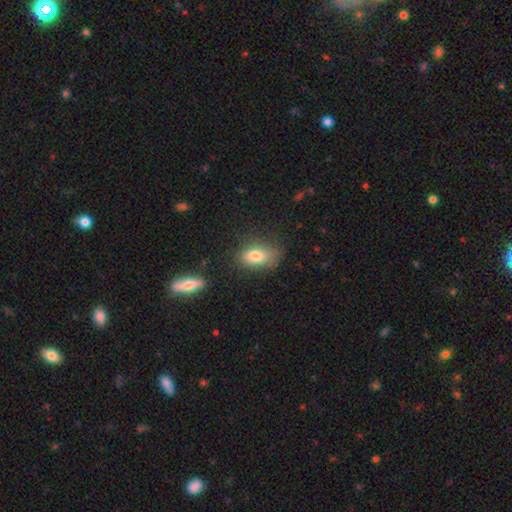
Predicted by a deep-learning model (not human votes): Smooth or featured: smooth — 79% (featured or disk — 12%)
How rounded: in between — 87% (round — 9%)
Merging: none — 65% (minor disturbance — 23%)